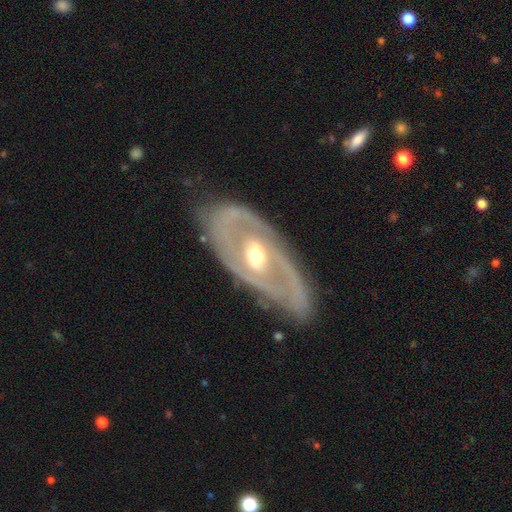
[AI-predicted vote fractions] Overall: featured or disk (84%). Edge-on disk: no (90%). Bar: no (52%; weak 32%). Spiral arms: yes (69%; no 31%). Spiral arm count: 2 (57%; can't tell 25%). Spiral winding: tight (54%; medium 32%). Bulge size: moderate (71%). Merging: none (74%).